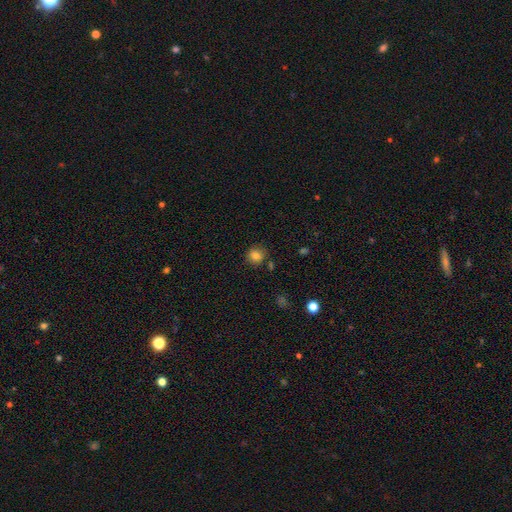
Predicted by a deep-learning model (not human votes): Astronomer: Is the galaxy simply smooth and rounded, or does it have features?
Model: smooth — 81%.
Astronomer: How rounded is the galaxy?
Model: round — 85%.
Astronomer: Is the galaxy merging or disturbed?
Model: none — 80%.